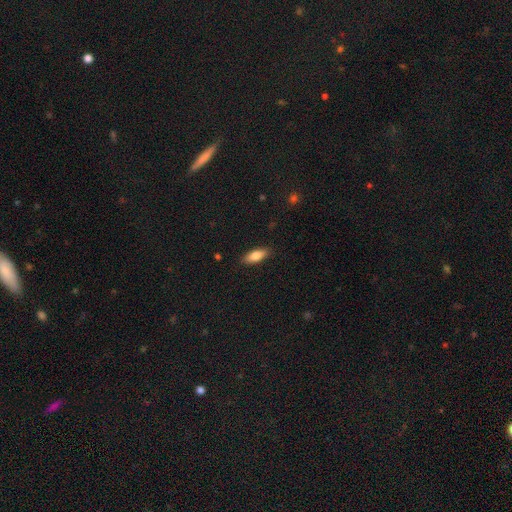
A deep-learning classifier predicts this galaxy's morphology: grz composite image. It shows a smooth galaxy with no disk features (81%) that is in between round and cigar-shaped (72%). Merging: none (88%).